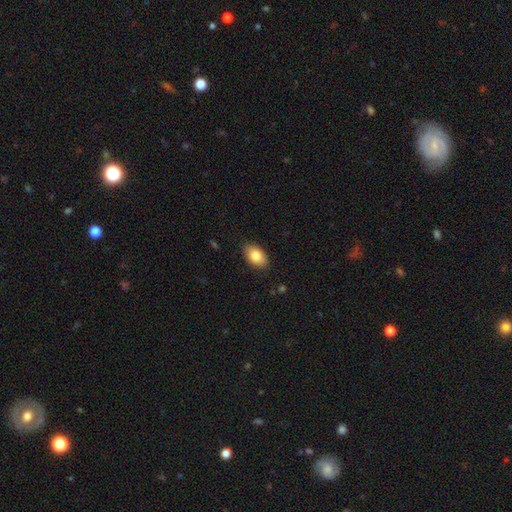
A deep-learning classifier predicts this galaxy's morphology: Smooth or featured: smooth — 81% (featured or disk — 12%)
How rounded: in between — 91% (round — 8%)
Merging: none — 87% (minor disturbance — 10%)